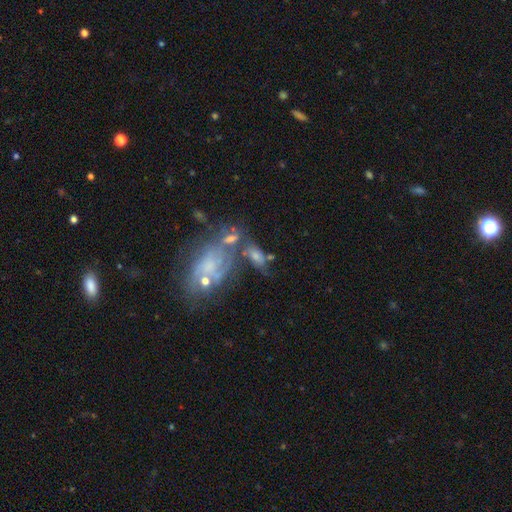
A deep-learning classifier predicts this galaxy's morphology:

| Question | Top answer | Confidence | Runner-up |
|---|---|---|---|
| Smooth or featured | featured or disk | 47% | smooth (36%) |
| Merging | merger | 34% | none (33%) |